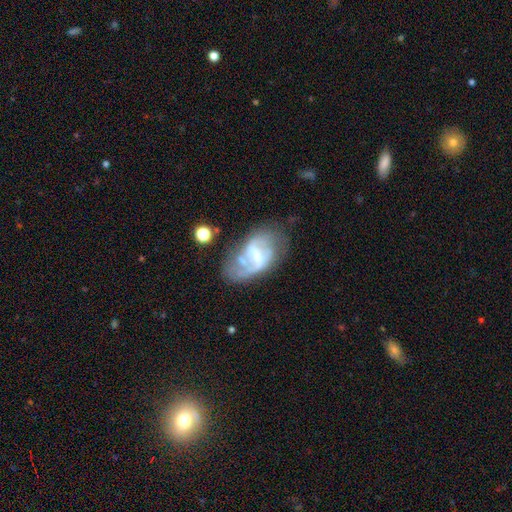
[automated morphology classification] Smooth or featured?
  - featured or disk: 72% *
  - smooth: 20%
  - star or artifact: 8%
Edge-on disk?
  - no: 97% *
  - yes: 3%
Bar?
  - weak: 48% *
  - no: 28%
  - strong: 24%
Spiral arms?
  - yes: 73% *
  - no: 27%
Spiral winding?
  - medium: 43% *
  - loose: 34%
  - tight: 24%
Spiral arm count?
  - 2: 56% *
  - can't tell: 24%
  - 1: 11%
  - 3: 5%
  - 4: 2%
  - more than 4: 2%
Bulge size?
  - small: 39% *
  - none: 27%
  - moderate: 26%
  - large: 6%
  - dominant: 2%
Merging?
  - none: 45% *
  - minor disturbance: 24%
  - major disturbance: 23%
  - merger: 8%